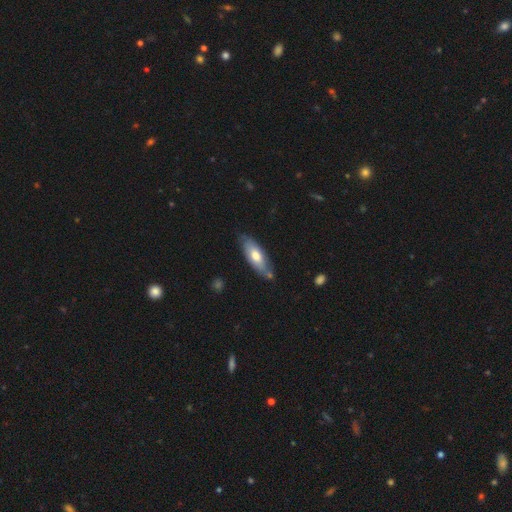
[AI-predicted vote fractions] smooth-or-featured: smooth: 61% | featured or disk: 34% | star or artifact: 5%
  how-rounded: in between: 68% | cigar-shaped: 30% | round: 2%
  merging: none: 70% | minor disturbance: 21% | merger: 5% | major disturbance: 4%